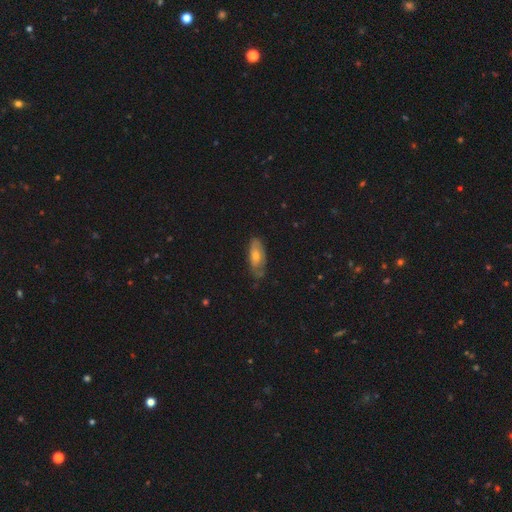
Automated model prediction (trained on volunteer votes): Smooth or featured?
  - featured or disk: 50% *
  - smooth: 40%
  - star or artifact: 10%
Edge-on disk?
  - no: 80% *
  - yes: 20%
Merging?
  - none: 70% *
  - minor disturbance: 23%
  - major disturbance: 6%
  - merger: 2%